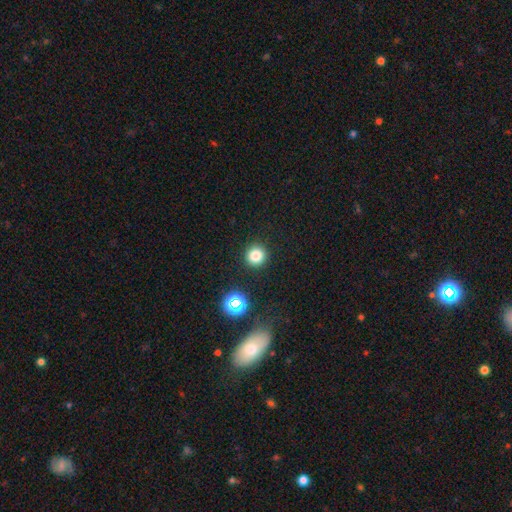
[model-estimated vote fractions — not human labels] Overall: smooth (80%). How rounded: round (94%). Merging: none (91%).